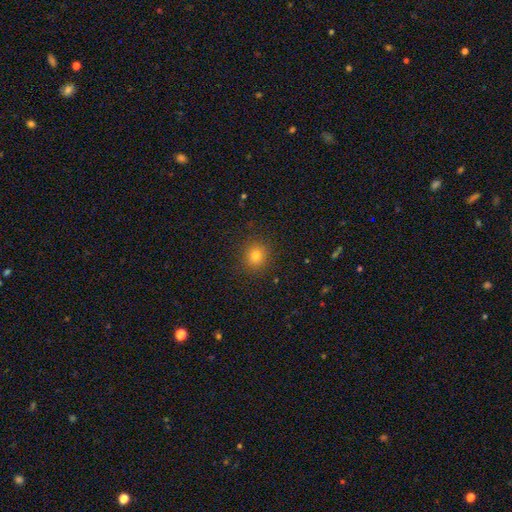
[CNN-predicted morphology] Smooth or featured? Predicted: smooth (p=0.77). How rounded? Predicted: round (p=0.89). Merging? Predicted: none (p=0.90).